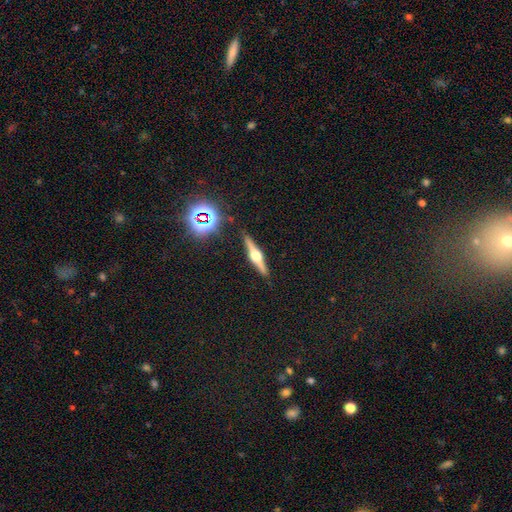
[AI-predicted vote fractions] Smooth or featured? featured or disk (78%)
Edge-on disk? yes (98%)
Edge-on bulge? rounded (94%)
Merging? none (90%)